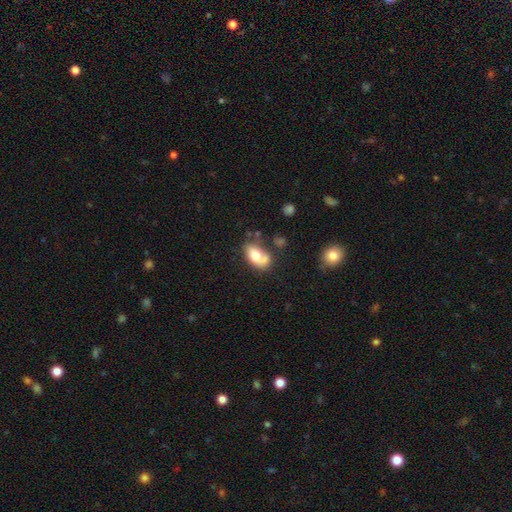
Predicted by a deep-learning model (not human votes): This is likely a smooth galaxy (68%). How rounded: clearly in between (88%). Merging: marginally none (43%).